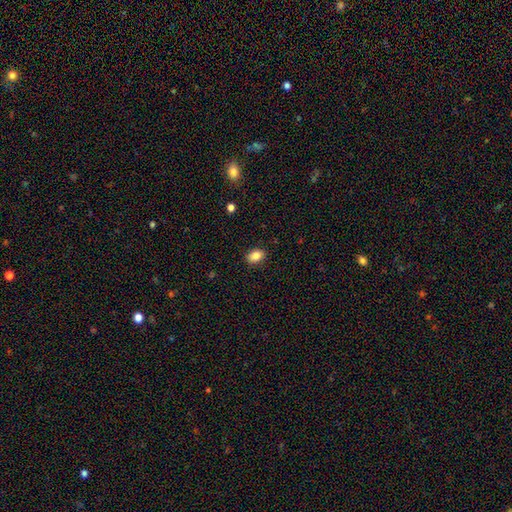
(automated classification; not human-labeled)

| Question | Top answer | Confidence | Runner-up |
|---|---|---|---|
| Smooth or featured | smooth | 85% | star or artifact (9%) |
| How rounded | in between | 78% | round (21%) |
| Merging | none | 89% | minor disturbance (8%) |